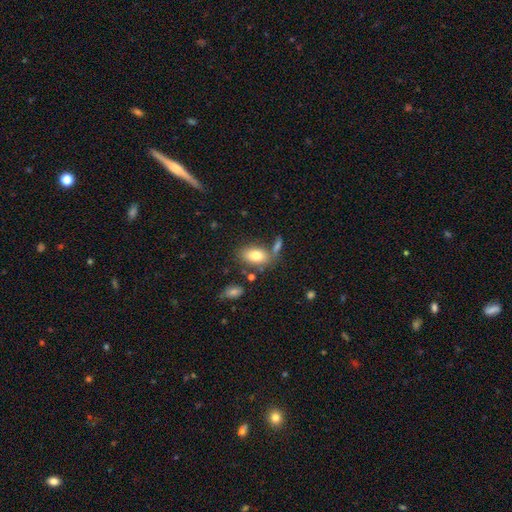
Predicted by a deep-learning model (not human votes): Smooth or featured: smooth — 77% (featured or disk — 15%)
How rounded: in between — 90% (round — 8%)
Merging: none — 66% (merger — 15%)